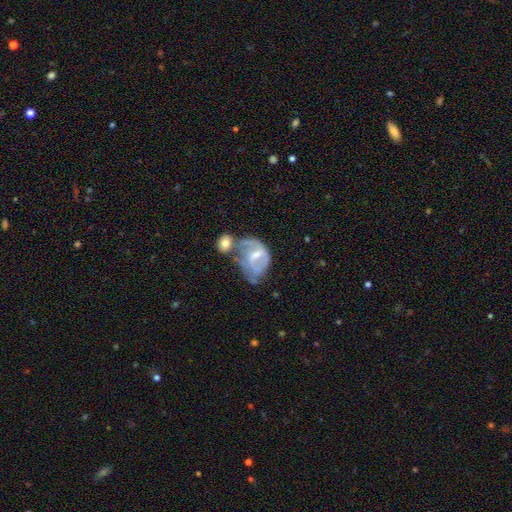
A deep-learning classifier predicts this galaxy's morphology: featured or disk 67%, smooth 26%, star or artifact 7%. Down the decision tree: edge-on disk — no (97%); bar — weak (50%); spiral arms — yes (66%); bulge size — small (46%, tied with moderate); merging — merger (33%).